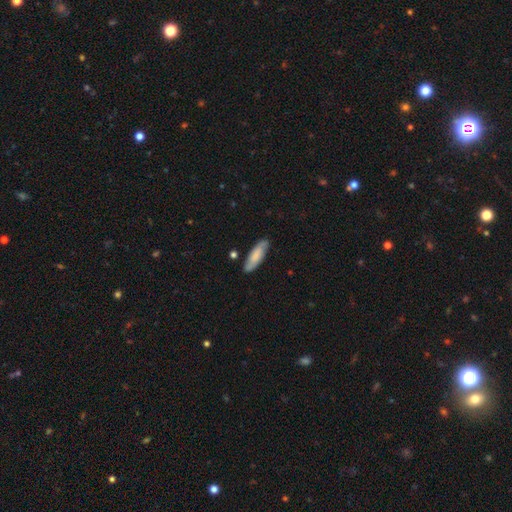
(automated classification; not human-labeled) Smooth or featured? Predicted: smooth (p=0.68). How rounded? Predicted: in between (p=0.50). Merging? Predicted: none (p=0.82).